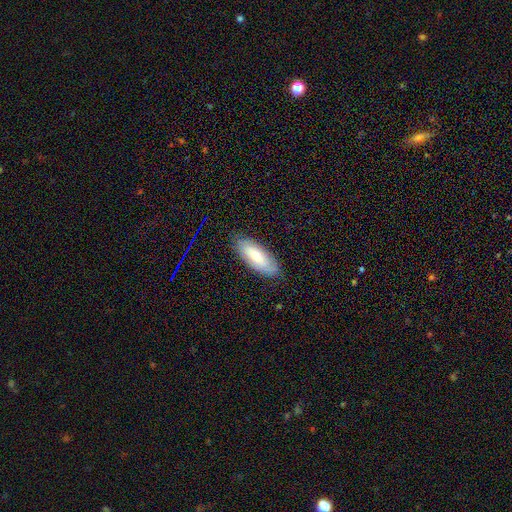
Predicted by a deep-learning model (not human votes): smooth 64%, featured or disk 28%, star or artifact 8%. Down the decision tree: how rounded — in between (78%); merging — none (83%).